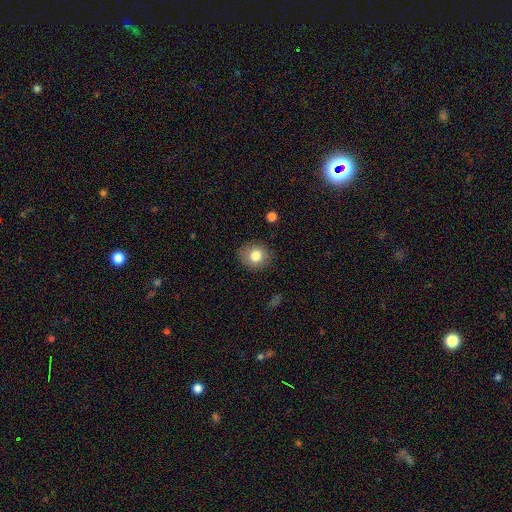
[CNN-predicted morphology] smooth_or_featured: smooth (p=0.81) [alt: featured or disk p=0.10]
how_rounded: round (p=0.80) [alt: in between p=0.19]
merging: none (p=0.85) [alt: minor disturbance p=0.11]